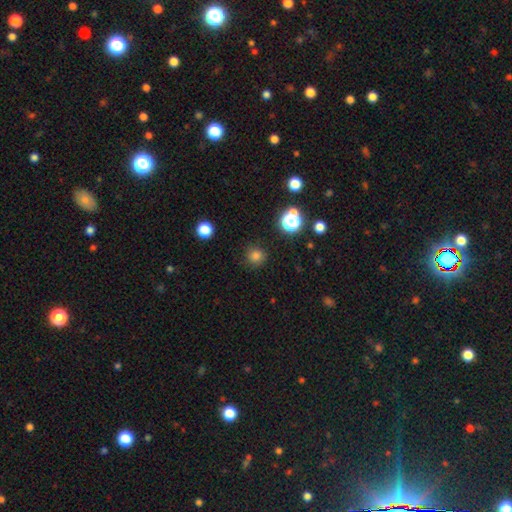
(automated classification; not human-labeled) smooth-or-featured: smooth: 78% | star or artifact: 18% | featured or disk: 5%
  how-rounded: round: 93% | in between: 6% | cigar-shaped: 1%
  merging: none: 88% | minor disturbance: 8% | major disturbance: 3% | merger: 2%